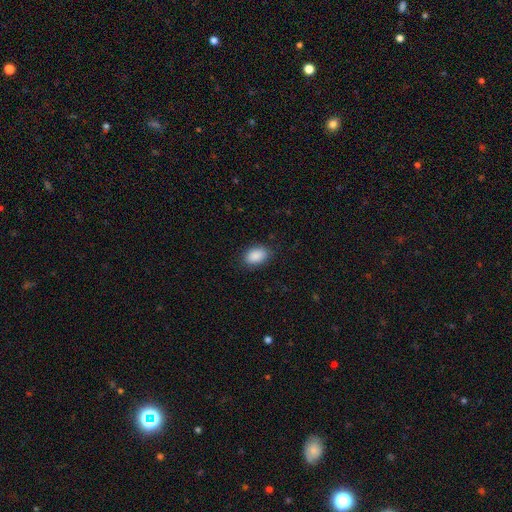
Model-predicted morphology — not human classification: smooth-or-featured: smooth: 89% | star or artifact: 7% | featured or disk: 4%
  how-rounded: in between: 88% | round: 11% | cigar-shaped: 1%
  merging: none: 83% | minor disturbance: 13% | major disturbance: 3% | merger: 1%